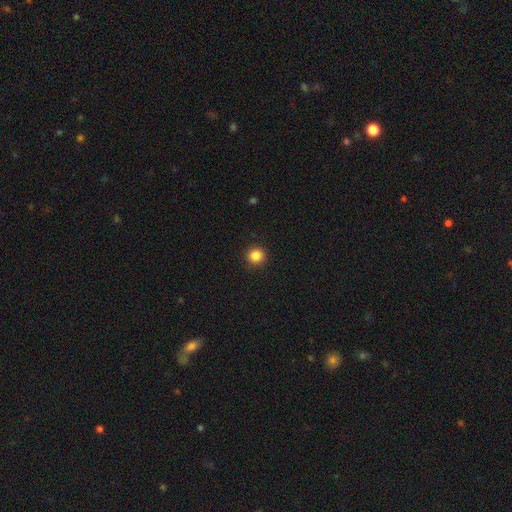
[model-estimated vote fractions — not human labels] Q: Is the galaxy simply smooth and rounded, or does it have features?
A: smooth — 85%.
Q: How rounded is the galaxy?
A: round — 92%.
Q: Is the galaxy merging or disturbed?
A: none — 92%.